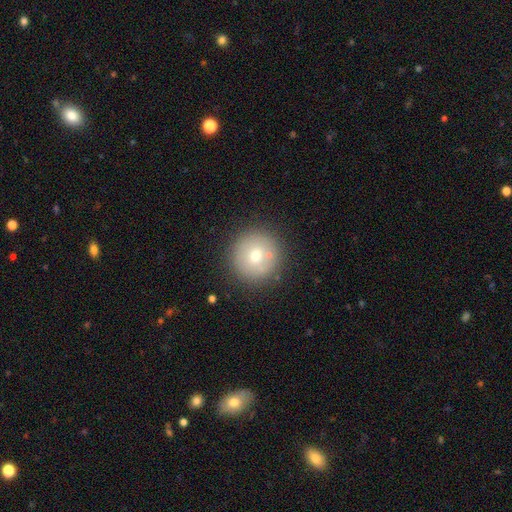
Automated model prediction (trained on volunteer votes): The model was most divided on "smooth or featured": smooth: 67%, featured or disk: 22%, star or artifact: 11%. More confident: how rounded — round (96%); merging — none (82%).